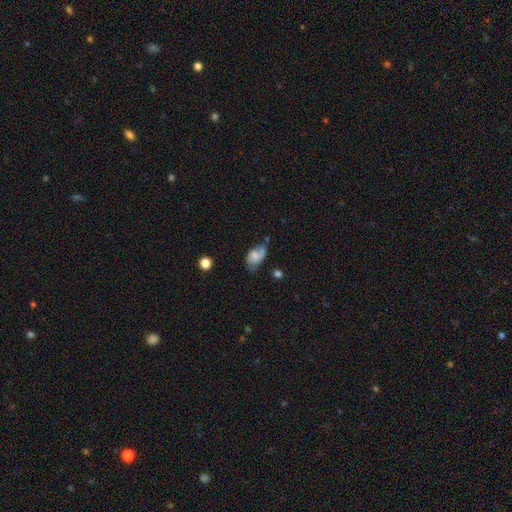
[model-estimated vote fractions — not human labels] Q: Smooth or featured?
A: smooth (56%); runner-up: featured or disk (35%)
Q: How rounded?
A: in between (87%); runner-up: round (11%)
Q: Merging?
A: none (37%); runner-up: minor disturbance (35%)